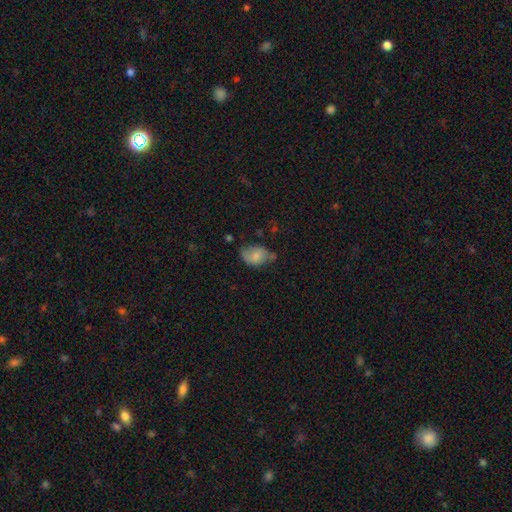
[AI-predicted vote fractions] Smooth or featured? smooth (67%)
How rounded? in between (82%)
Merging? none (49%)